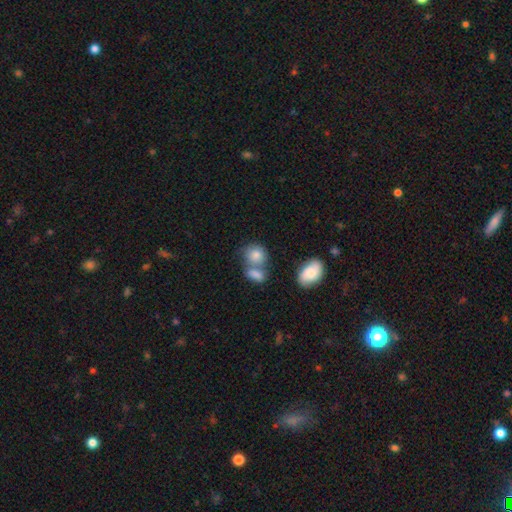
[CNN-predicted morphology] A smooth galaxy with no disk features (80%) that is round (57%).

Vote fractions:
- Smooth or featured? smooth: 80% / featured or disk: 11% / star or artifact: 9%
- How rounded? round: 57% / in between: 41% / cigar-shaped: 2%
- Merging? none: 43% / merger: 40% / minor disturbance: 13% / major disturbance: 5%